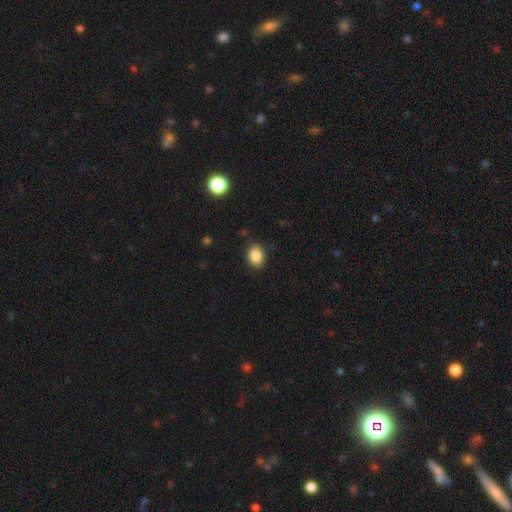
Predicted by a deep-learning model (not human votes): smooth-or-featured: smooth: 87% | star or artifact: 9% | featured or disk: 4%
  how-rounded: in between: 60% | round: 39% | cigar-shaped: 1%
  merging: none: 86% | minor disturbance: 10% | major disturbance: 3% | merger: 1%